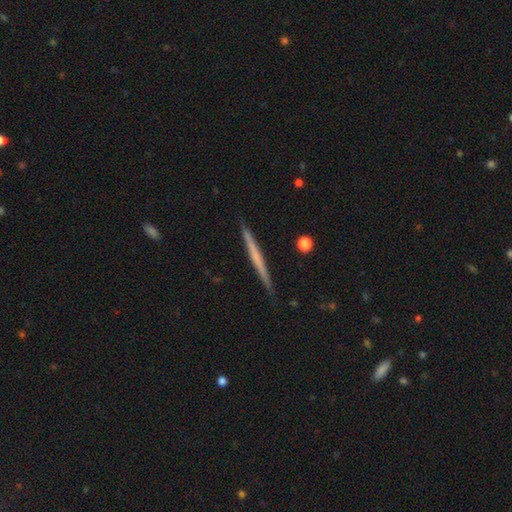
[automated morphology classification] Q: Smooth or featured?
A: featured or disk (53%); runner-up: smooth (41%)
Q: Edge-on disk?
A: yes (98%); runner-up: no (2%)
Q: Edge-on bulge?
A: none (86%); runner-up: rounded (9%)
Q: Merging?
A: none (90%); runner-up: minor disturbance (8%)